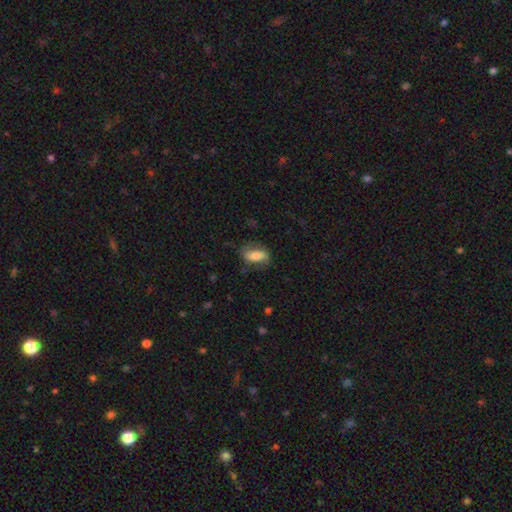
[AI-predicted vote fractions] smooth 62%, featured or disk 31%, star or artifact 7%. Down the decision tree: how rounded — in between (85%); merging — none (66%).